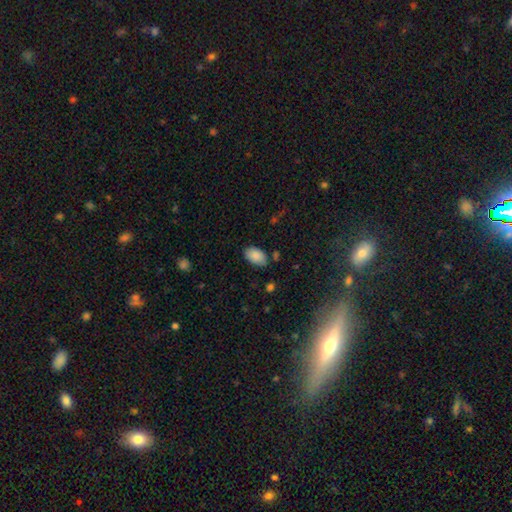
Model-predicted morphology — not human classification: The model was most divided on "merging": none: 79%, minor disturbance: 15%, major disturbance: 3%, merger: 3%. More confident: how rounded — in between (93%); smooth or featured — smooth (88%).